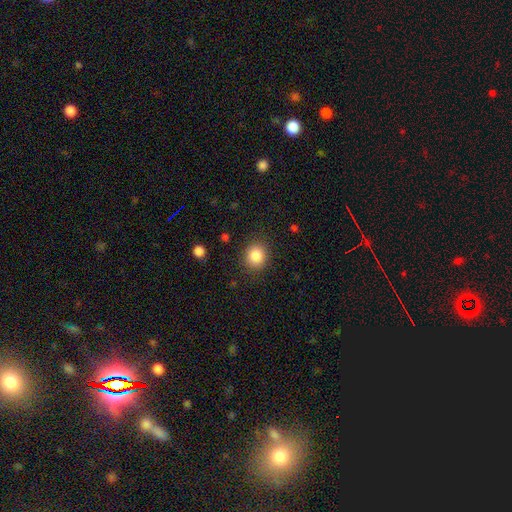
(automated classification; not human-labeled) Smooth or featured: smooth — 85% (star or artifact — 10%)
How rounded: round — 79% (in between — 20%)
Merging: none — 87% (minor disturbance — 9%)